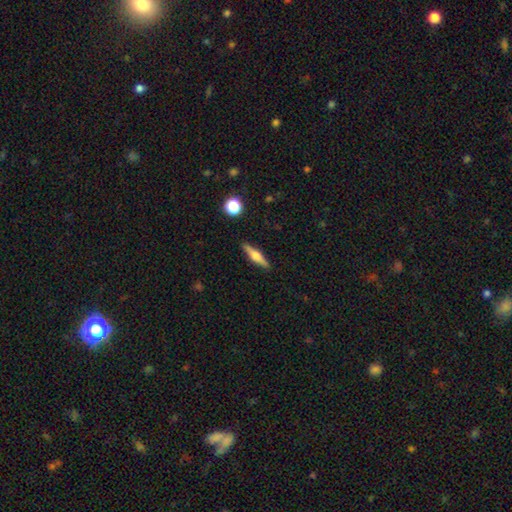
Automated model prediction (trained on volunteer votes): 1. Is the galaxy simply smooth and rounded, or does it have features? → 56% featured or disk, 37% smooth, 7% star or artifact.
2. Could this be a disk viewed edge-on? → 96% yes, 4% no.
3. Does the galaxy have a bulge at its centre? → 89% rounded, 7% boxy, 4% none.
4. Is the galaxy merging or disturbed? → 90% none, 7% minor disturbance, 2% major disturbance, 1% merger.